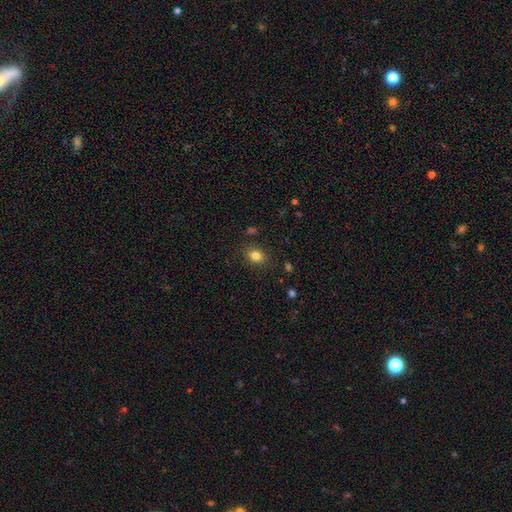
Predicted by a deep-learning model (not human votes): A smooth galaxy with no disk features (82%) that is in between round and cigar-shaped (52%). Merging: none (85%).